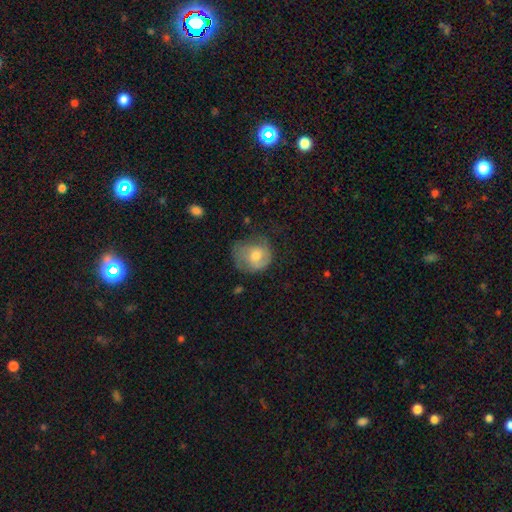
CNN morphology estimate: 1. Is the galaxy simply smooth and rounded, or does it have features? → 57% smooth, 36% featured or disk, 8% star or artifact.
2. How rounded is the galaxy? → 70% round, 29% in between, 1% cigar-shaped.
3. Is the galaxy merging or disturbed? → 48% none, 31% minor disturbance, 19% major disturbance, 2% merger.